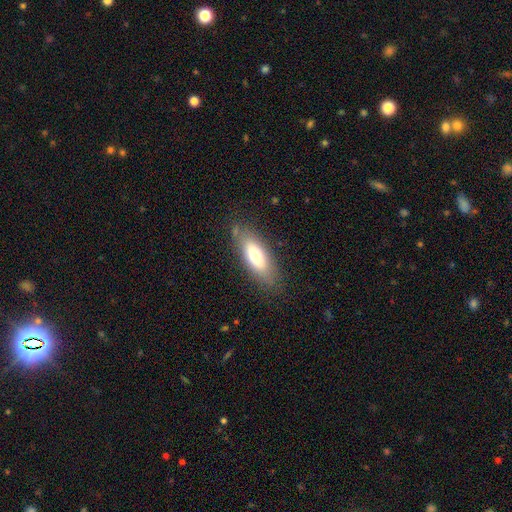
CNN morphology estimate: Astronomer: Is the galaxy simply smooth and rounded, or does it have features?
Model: smooth — 67%.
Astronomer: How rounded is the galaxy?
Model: in between — 71%.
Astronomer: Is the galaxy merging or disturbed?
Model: none — 79%.